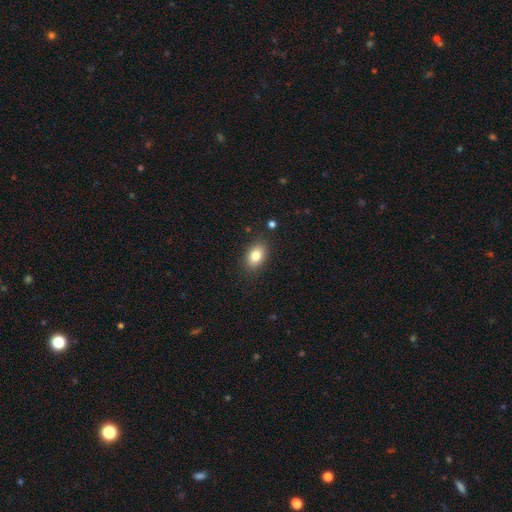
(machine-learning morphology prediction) The model was most divided on "how rounded": in between: 85%, round: 14%, cigar-shaped: 1%. More confident: merging — none (86%); smooth or featured — smooth (82%).